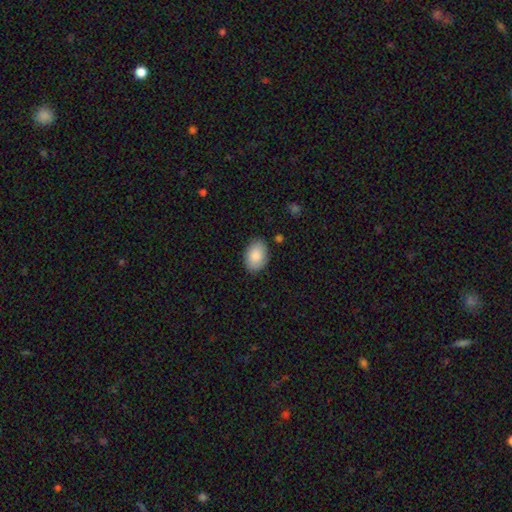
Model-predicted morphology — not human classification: This appears to be a smooth galaxy with no disk features (86%) that is in between round and cigar-shaped (86%). Merging: none (85%).